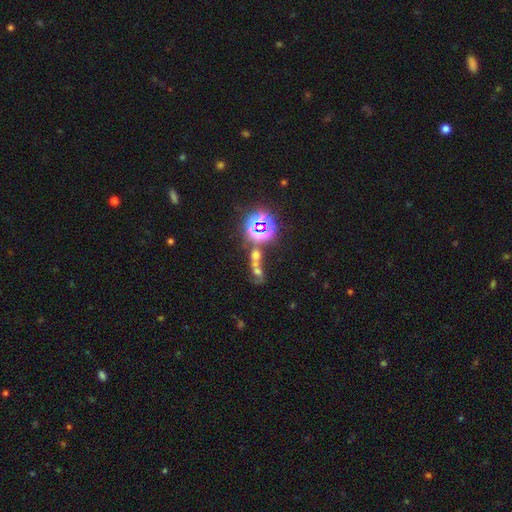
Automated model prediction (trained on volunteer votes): star or artifact 40% (tied), smooth 40% (tied), featured or disk 20%.